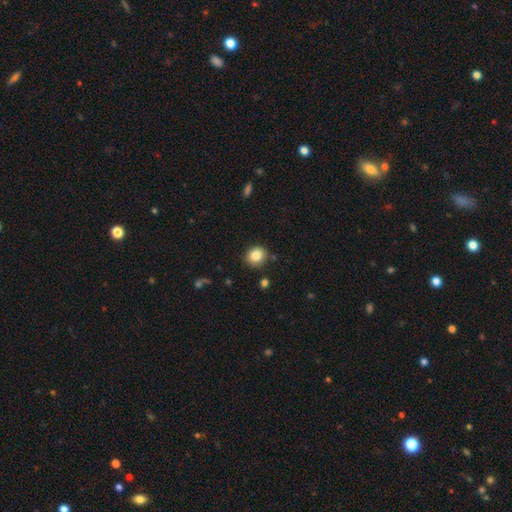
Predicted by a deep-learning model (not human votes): Smooth or featured?
  - smooth: 83% *
  - star or artifact: 10%
  - featured or disk: 7%
How rounded?
  - round: 85% *
  - in between: 14%
  - cigar-shaped: 1%
Merging?
  - none: 87% *
  - minor disturbance: 8%
  - merger: 3%
  - major disturbance: 2%